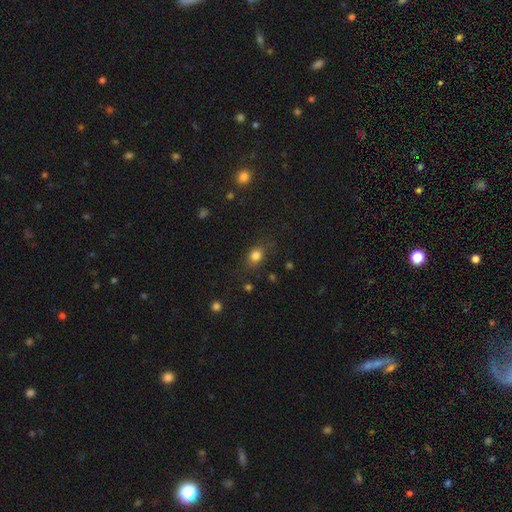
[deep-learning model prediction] Q: Smooth or featured?
A: smooth (81%); runner-up: star or artifact (12%)
Q: How rounded?
A: in between (54%); runner-up: round (44%)
Q: Merging?
A: none (77%); runner-up: minor disturbance (16%)